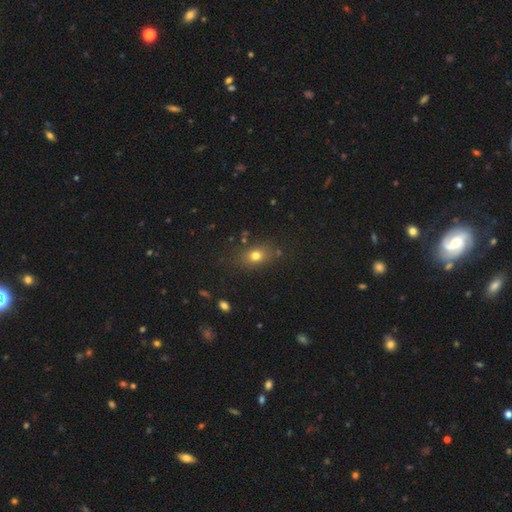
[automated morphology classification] Smooth or featured? smooth (73%)
How rounded? in between (62%)
Merging? none (79%)